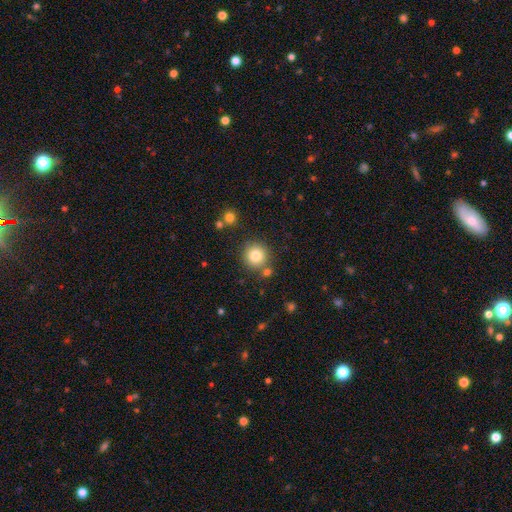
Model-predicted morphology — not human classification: smooth 81%, star or artifact 11%, featured or disk 8%. Down the decision tree: how rounded — round (94%); merging — none (81%).